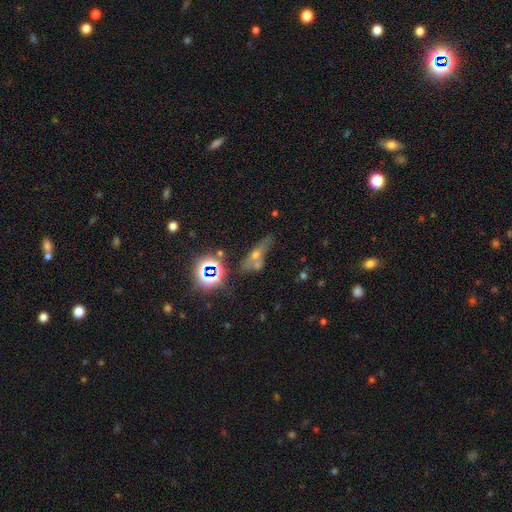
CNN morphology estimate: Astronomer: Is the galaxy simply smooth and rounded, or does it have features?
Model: smooth — 36% (runner-up: star or artifact, 34%).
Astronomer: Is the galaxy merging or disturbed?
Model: none — 51%.